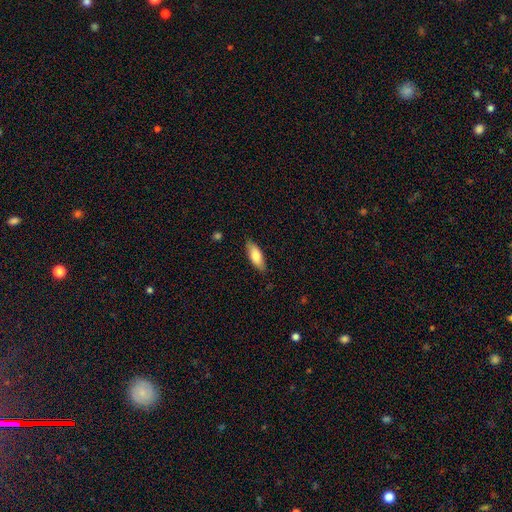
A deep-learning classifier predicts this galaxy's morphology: smooth_or_featured: smooth (p=0.78) [alt: featured or disk p=0.16]
how_rounded: in between (p=0.72) [alt: cigar-shaped p=0.26]
merging: none (p=0.84) [alt: minor disturbance p=0.13]